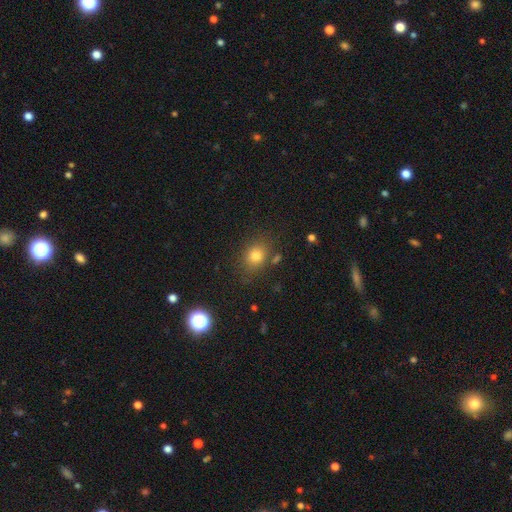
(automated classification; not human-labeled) Overall: smooth (77%). How rounded: round (60%; in between 39%). Merging: none (77%).